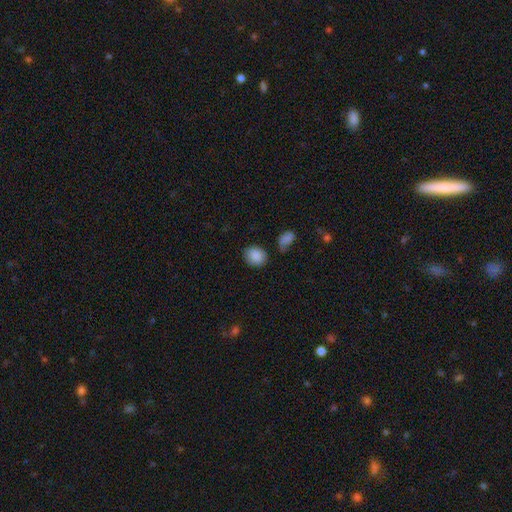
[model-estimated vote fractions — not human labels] Smooth or featured?
  - smooth: 88% *
  - star or artifact: 8%
  - featured or disk: 4%
How rounded?
  - round: 55% *
  - in between: 44%
  - cigar-shaped: 1%
Merging?
  - none: 76% *
  - minor disturbance: 14%
  - merger: 6%
  - major disturbance: 4%